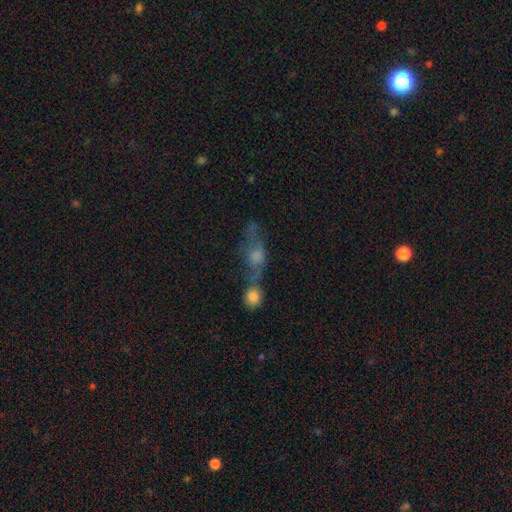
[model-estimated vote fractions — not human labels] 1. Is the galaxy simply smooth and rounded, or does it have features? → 41% smooth, 40% featured or disk, 19% star or artifact.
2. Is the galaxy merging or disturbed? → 53% merger, 26% none, 11% major disturbance, 10% minor disturbance.